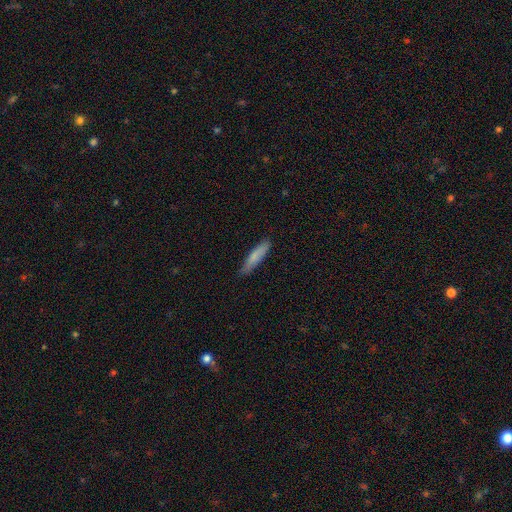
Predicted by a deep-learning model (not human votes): This appears to be a smooth galaxy with no disk features (80%) that is cigar-shaped (83%). Merging: none (81%).